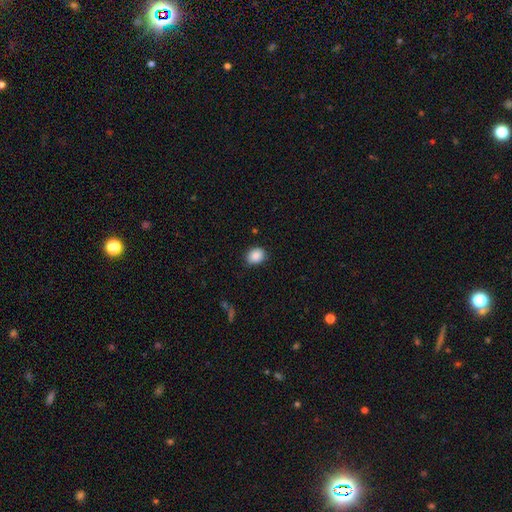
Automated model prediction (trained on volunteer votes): Q: Smooth or featured?
A: smooth (89%); runner-up: star or artifact (8%)
Q: How rounded?
A: in between (51%); runner-up: round (48%)
Q: Merging?
A: none (83%); runner-up: minor disturbance (13%)